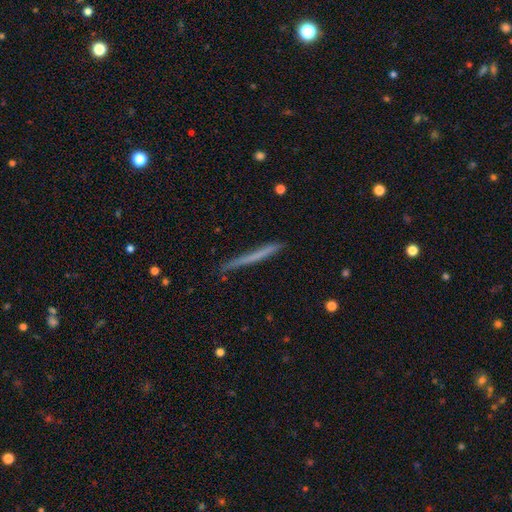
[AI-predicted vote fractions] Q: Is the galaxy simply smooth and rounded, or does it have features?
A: smooth — 55%.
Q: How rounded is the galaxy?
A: cigar-shaped — 97%.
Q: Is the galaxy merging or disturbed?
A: none — 82%.